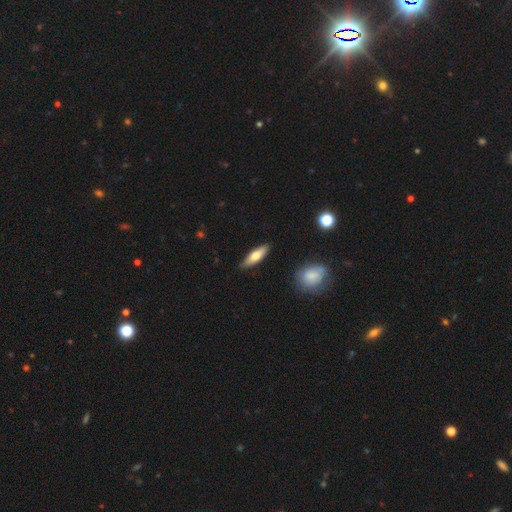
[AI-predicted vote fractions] smooth-or-featured: smooth: 65% | featured or disk: 29% | star or artifact: 6%
  how-rounded: cigar-shaped: 53% | in between: 45% | round: 2%
  merging: none: 86% | minor disturbance: 11% | major disturbance: 2% | merger: 2%